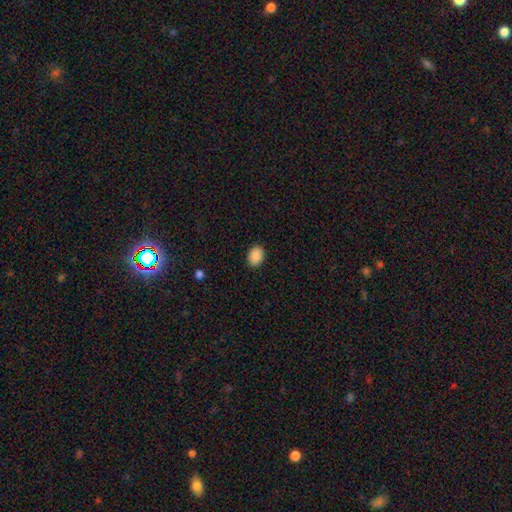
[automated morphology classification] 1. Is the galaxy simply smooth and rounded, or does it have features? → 90% smooth, 8% star or artifact, 2% featured or disk.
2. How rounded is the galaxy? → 68% in between, 31% round, 1% cigar-shaped.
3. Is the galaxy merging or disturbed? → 90% none, 7% minor disturbance, 2% major disturbance, 1% merger.